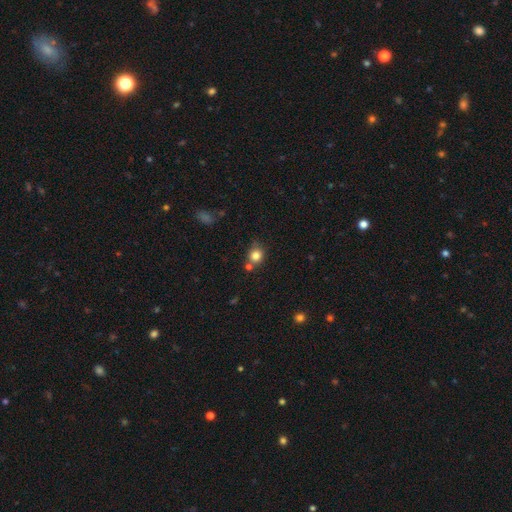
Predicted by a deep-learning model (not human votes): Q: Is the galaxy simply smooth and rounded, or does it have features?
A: smooth — 81%.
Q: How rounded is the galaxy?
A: round — 80%.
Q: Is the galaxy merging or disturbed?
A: none — 62%.